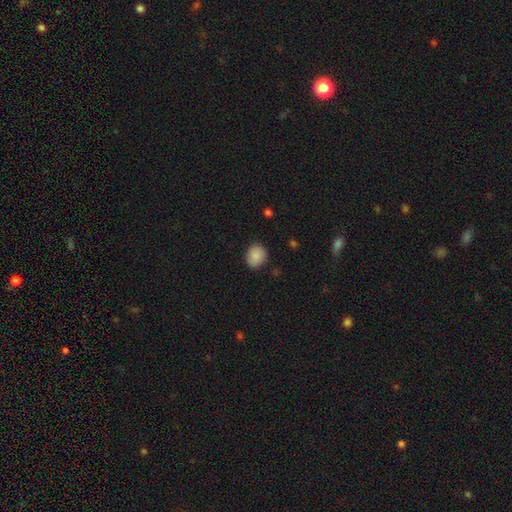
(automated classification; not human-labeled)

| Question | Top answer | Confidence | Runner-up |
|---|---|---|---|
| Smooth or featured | smooth | 85% | star or artifact (8%) |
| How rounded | round | 65% | in between (34%) |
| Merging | none | 84% | minor disturbance (12%) |